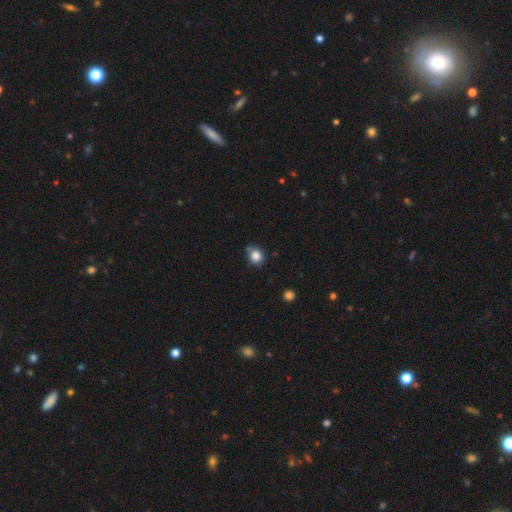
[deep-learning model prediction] A smooth galaxy with no disk features (84%) that is round (75%).

Vote fractions:
- Smooth or featured? smooth: 84% / star or artifact: 11% / featured or disk: 6%
- How rounded? round: 75% / in between: 24% / cigar-shaped: 1%
- Merging? none: 68% / minor disturbance: 22% / merger: 5% / major disturbance: 4%